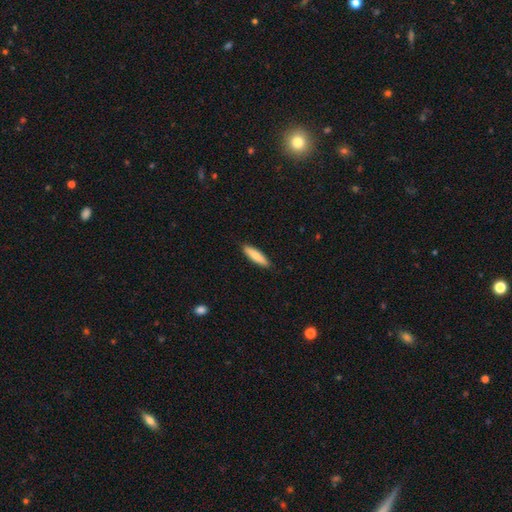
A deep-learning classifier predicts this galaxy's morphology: A smooth galaxy with no disk features (81%) that is cigar-shaped (72%).

Vote fractions:
- Smooth or featured? smooth: 81% / featured or disk: 14% / star or artifact: 6%
- How rounded? cigar-shaped: 72% / in between: 27% / round: 2%
- Merging? none: 89% / minor disturbance: 8% / major disturbance: 2% / merger: 1%